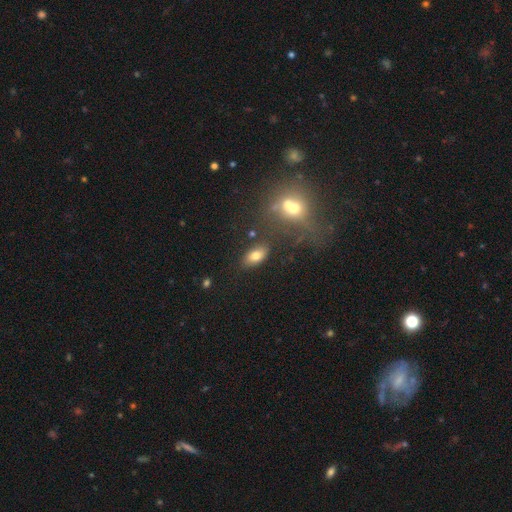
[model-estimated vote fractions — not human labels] Smooth or featured? smooth (78%)
How rounded? in between (91%)
Merging? none (78%)